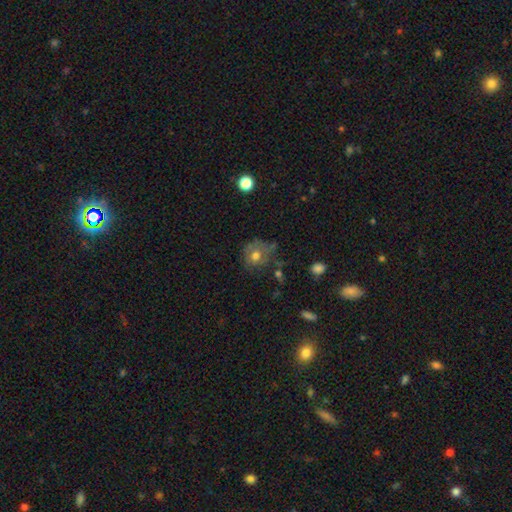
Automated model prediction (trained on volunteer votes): The model was most divided on "smooth or featured": smooth: 58%, featured or disk: 31%, star or artifact: 11%. More confident: how rounded — round (79%); merging — none (55%).